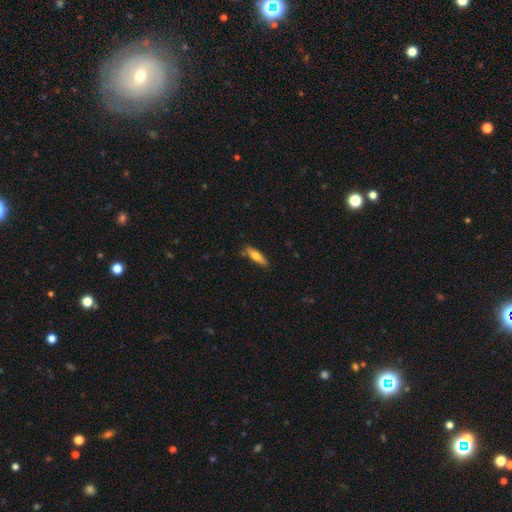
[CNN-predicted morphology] This appears to be a smooth galaxy with no disk features (65%) that is cigar-shaped (65%). Merging: none (80%).